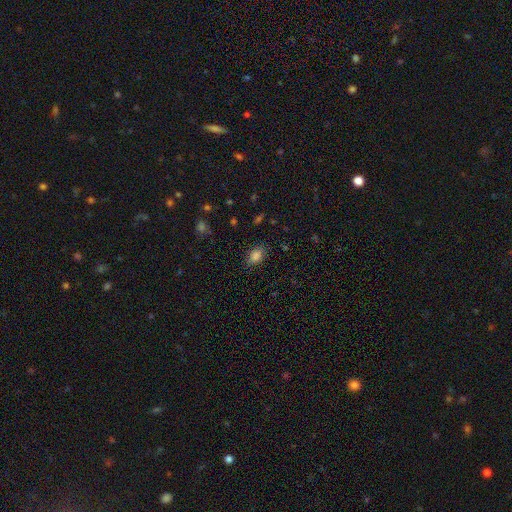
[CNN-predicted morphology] type=smooth (83%); roundness=in between (85%); merging=none (81%).